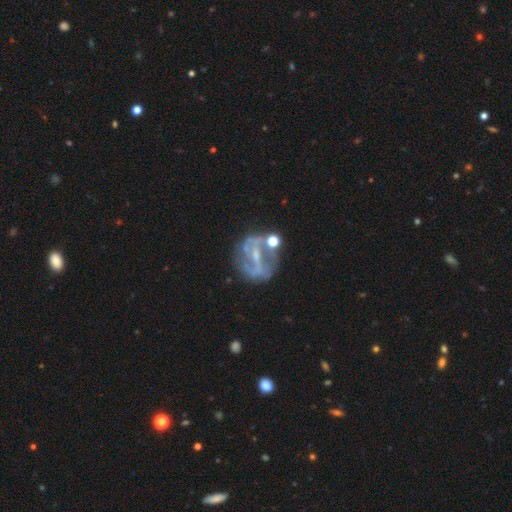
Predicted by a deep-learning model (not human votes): Smooth or featured?
  - featured or disk: 74% *
  - smooth: 14%
  - star or artifact: 11%
Edge-on disk?
  - no: 93% *
  - yes: 7%
Bar?
  - strong: 54% *
  - weak: 30%
  - no: 17%
Spiral arms?
  - yes: 59% *
  - no: 41%
Bulge size?
  - small: 62% *
  - moderate: 19%
  - none: 16%
  - large: 2%
  - dominant: 1%
Merging?
  - none: 58% *
  - minor disturbance: 18%
  - major disturbance: 13%
  - merger: 10%